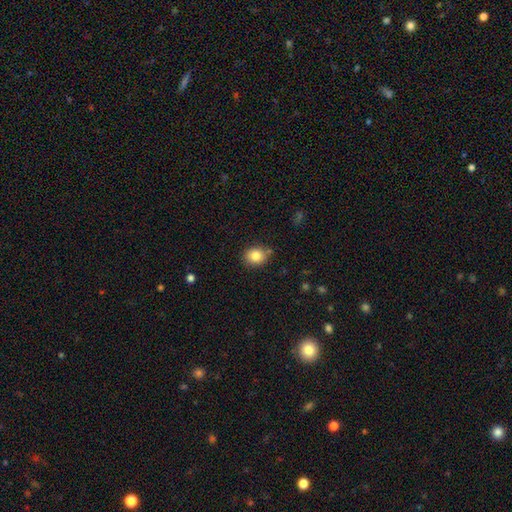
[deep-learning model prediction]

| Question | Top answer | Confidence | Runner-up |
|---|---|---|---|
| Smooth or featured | smooth | 84% | star or artifact (10%) |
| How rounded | round | 63% | in between (36%) |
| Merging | none | 80% | minor disturbance (13%) |